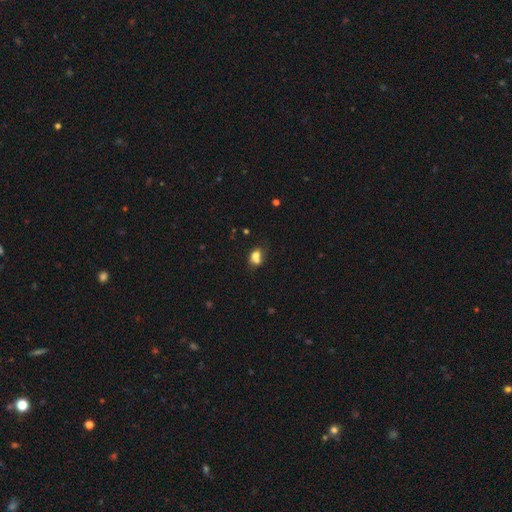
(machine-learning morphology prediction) type=smooth (72%); roundness=in between (54%); merging=merger (50%).